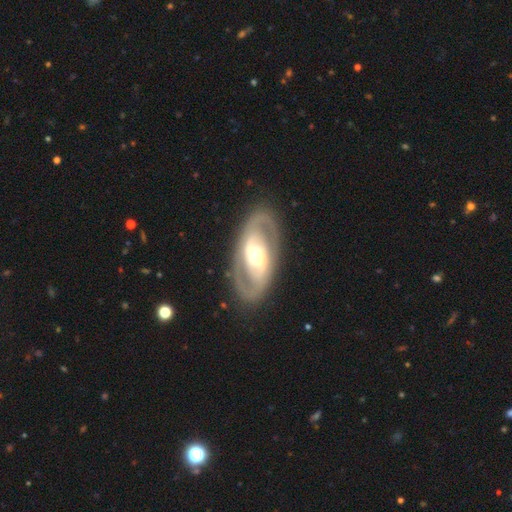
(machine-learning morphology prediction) Q: Smooth or featured?
A: featured or disk (81%); runner-up: smooth (15%)
Q: Edge-on disk?
A: no (93%); runner-up: yes (7%)
Q: Bar?
A: no (33%); tied with: strong (33%); weak (33%)
Q: Spiral arms?
A: yes (68%); runner-up: no (32%)
Q: Spiral winding?
A: medium (42%); runner-up: tight (40%)
Q: Spiral arm count?
A: 2 (84%); runner-up: can't tell (10%)
Q: Bulge size?
A: moderate (68%); runner-up: large (17%)
Q: Merging?
A: none (85%); runner-up: minor disturbance (10%)